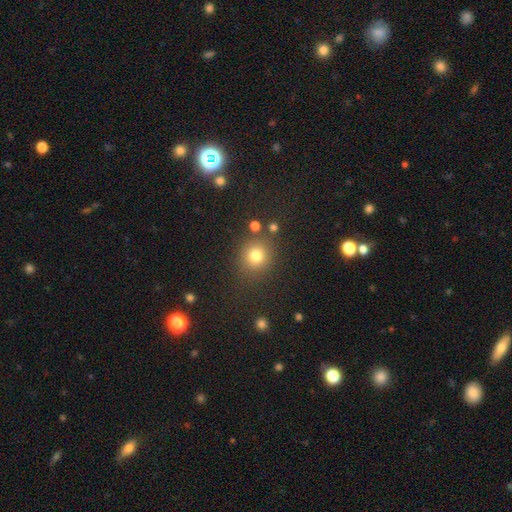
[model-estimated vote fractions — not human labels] A smooth galaxy with no disk features (79%) that is round (88%). Merging: none (81%).